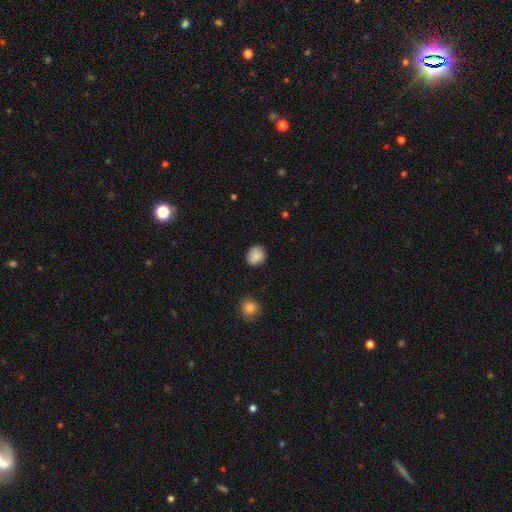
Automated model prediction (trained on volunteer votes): Smooth or featured? Predicted: smooth (p=0.87). How rounded? Predicted: round (p=0.71). Merging? Predicted: none (p=0.85).